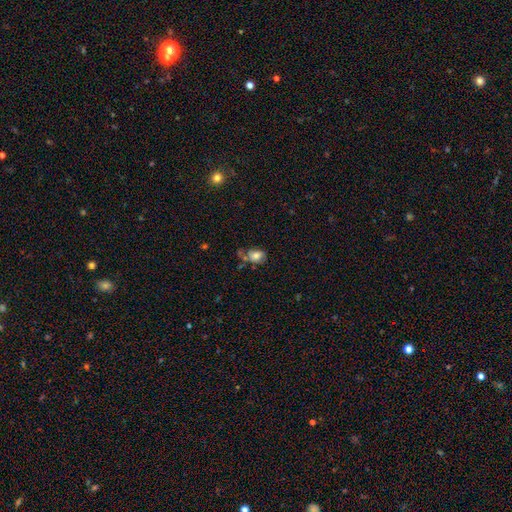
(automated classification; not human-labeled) Smooth or featured? Predicted: smooth (p=0.67). How rounded? Predicted: in between (p=0.76). Merging? Predicted: none (p=0.41).